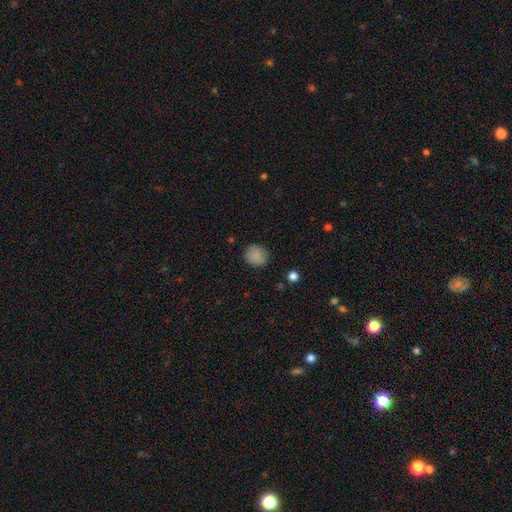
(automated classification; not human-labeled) This is clearly a smooth galaxy (84%). How rounded: likely round (78%). Merging: clearly none (80%).